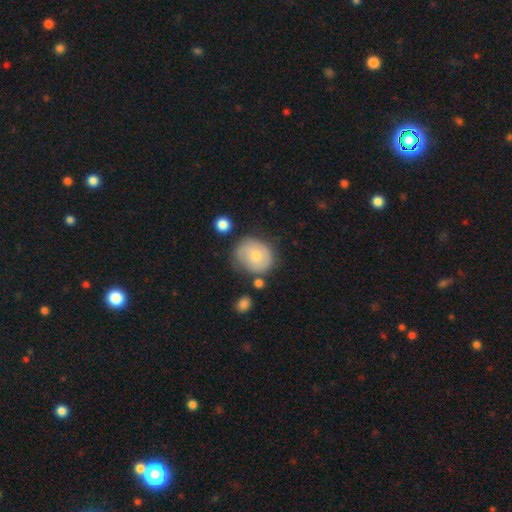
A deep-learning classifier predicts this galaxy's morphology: Overall: smooth (61%; featured or disk 32%). How rounded: round (67%; in between 33%). Merging: none (60%; minor disturbance 26%).